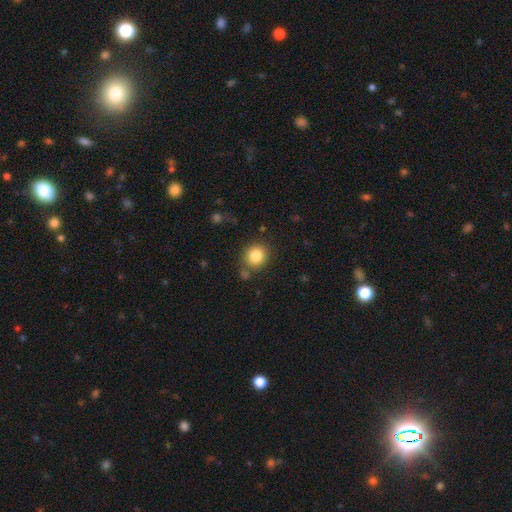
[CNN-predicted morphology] A smooth galaxy with no disk features (83%) that is round (85%).

Vote fractions:
- Smooth or featured? smooth: 83% / star or artifact: 10% / featured or disk: 7%
- How rounded? round: 85% / in between: 14% / cigar-shaped: 1%
- Merging? none: 79% / minor disturbance: 11% / merger: 7% / major disturbance: 3%